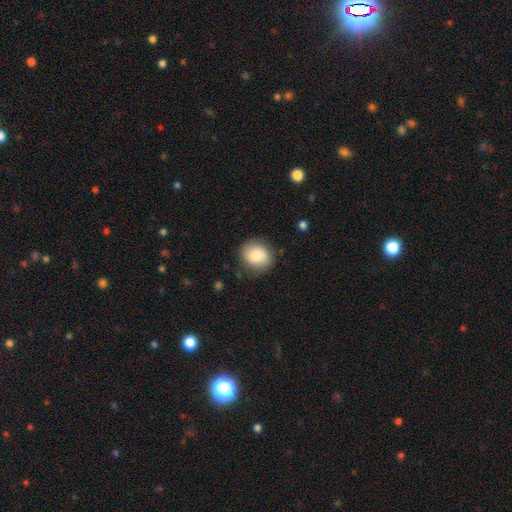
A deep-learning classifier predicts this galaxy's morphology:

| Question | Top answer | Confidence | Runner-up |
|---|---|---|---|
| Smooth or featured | smooth | 85% | featured or disk (8%) |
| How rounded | round | 79% | in between (20%) |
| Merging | none | 85% | minor disturbance (11%) |